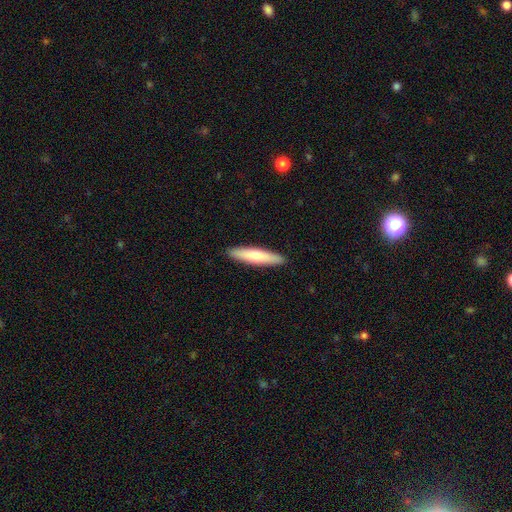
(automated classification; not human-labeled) Q: Smooth or featured?
A: smooth (70%); runner-up: featured or disk (25%)
Q: How rounded?
A: cigar-shaped (86%); runner-up: in between (13%)
Q: Merging?
A: none (91%); runner-up: minor disturbance (6%)